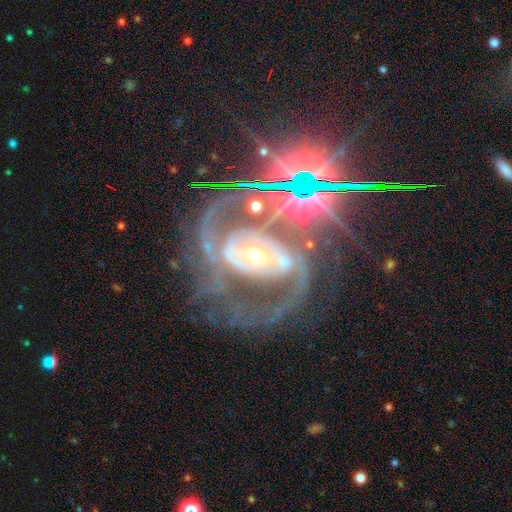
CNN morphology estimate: This appears to be a featured or disk galaxy (84%) with no bar (48%), 2 (71%) medium (52%) spiral arms (96%) and a small central bulge (51%). Merging: none (49%).